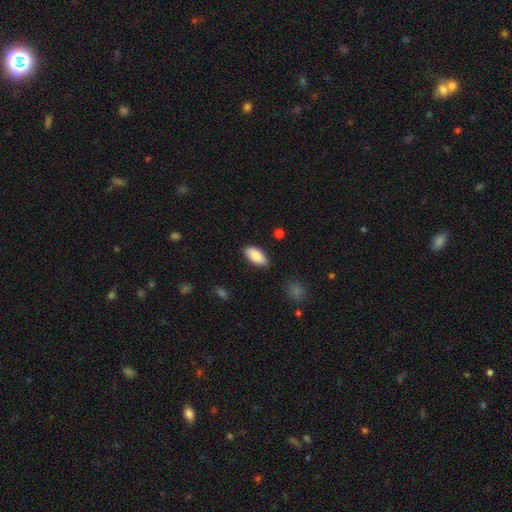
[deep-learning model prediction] Overall: smooth (88%). How rounded: in between (92%). Merging: none (86%).